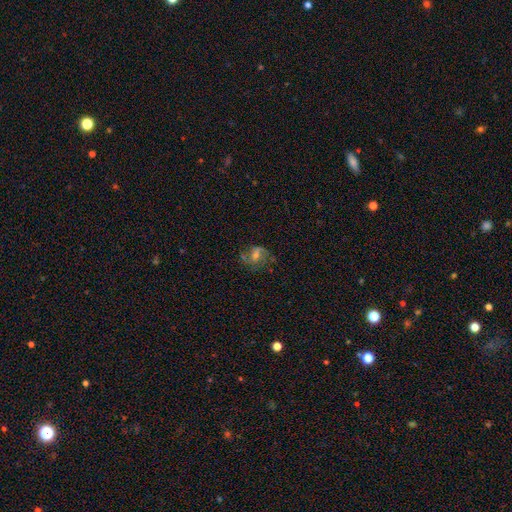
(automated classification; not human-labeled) smooth_or_featured: featured or disk (p=0.57) [alt: smooth p=0.29]
disk_edge_on: no (p=0.96) [alt: yes p=0.04]
bar: weak (p=0.45) [alt: no p=0.39]
has_spiral_arms: yes (p=0.81) [alt: no p=0.19]
bulge_size: moderate (p=0.47) [alt: small p=0.36]
merging: none (p=0.59) [alt: minor disturbance p=0.21]